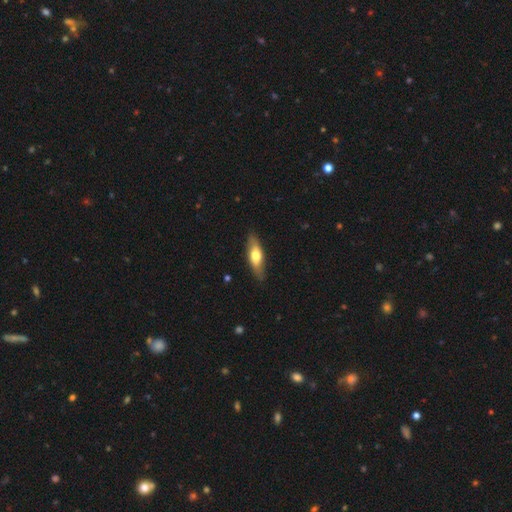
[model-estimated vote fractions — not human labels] Q: Smooth or featured?
A: smooth (59%); runner-up: featured or disk (36%)
Q: How rounded?
A: in between (52%); runner-up: cigar-shaped (45%)
Q: Merging?
A: none (85%); runner-up: minor disturbance (12%)